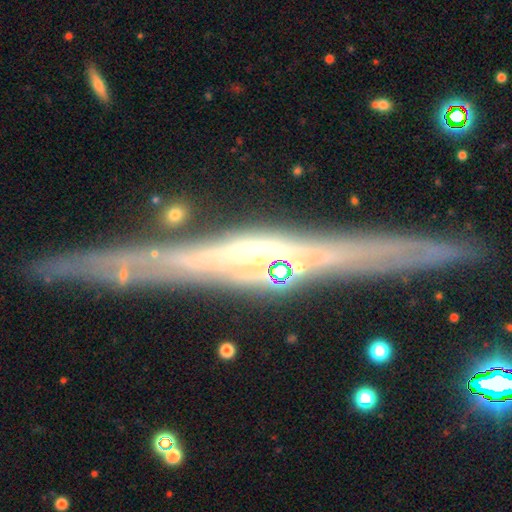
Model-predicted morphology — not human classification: This appears to be a featured or disk galaxy (83%) viewed edge-on (96%) with a rounded central bulge (60%). Merging: none (87%).